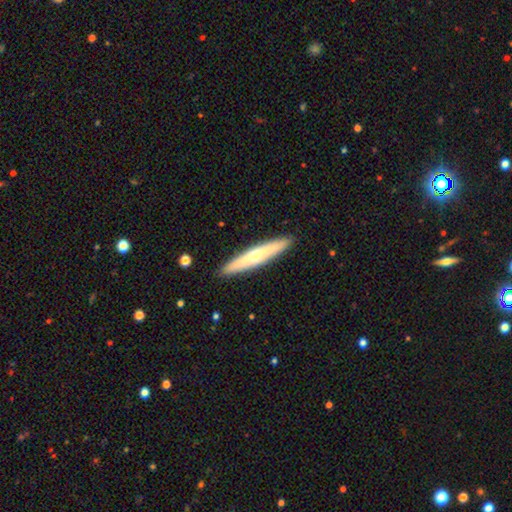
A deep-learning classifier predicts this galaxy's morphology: smooth-or-featured: featured or disk: 52% | smooth: 43% | star or artifact: 5%
  disk-edge-on: yes: 91% | no: 9%
  merging: none: 92% | minor disturbance: 6% | major disturbance: 1% | merger: 1%